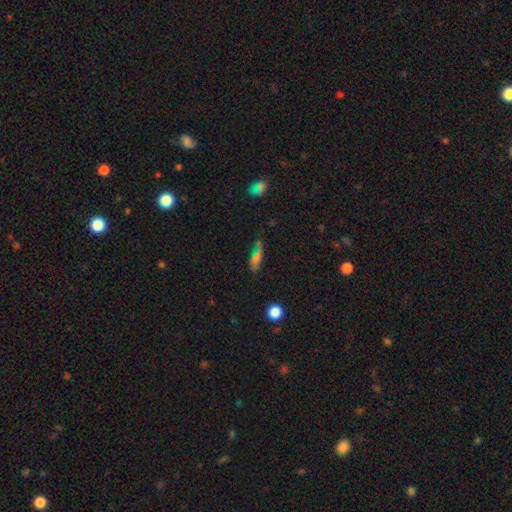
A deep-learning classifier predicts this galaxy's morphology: smooth-or-featured: smooth: 53% | featured or disk: 24% | star or artifact: 23%
  how-rounded: in between: 57% | cigar-shaped: 36% | round: 7%
  merging: none: 59% | minor disturbance: 23% | major disturbance: 10% | merger: 7%